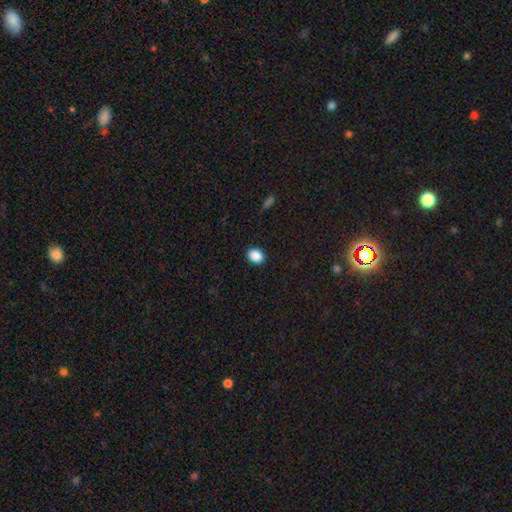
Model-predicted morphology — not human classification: Q: Smooth or featured?
A: smooth (89%); runner-up: star or artifact (9%)
Q: How rounded?
A: in between (58%); runner-up: round (41%)
Q: Merging?
A: none (89%); runner-up: minor disturbance (8%)